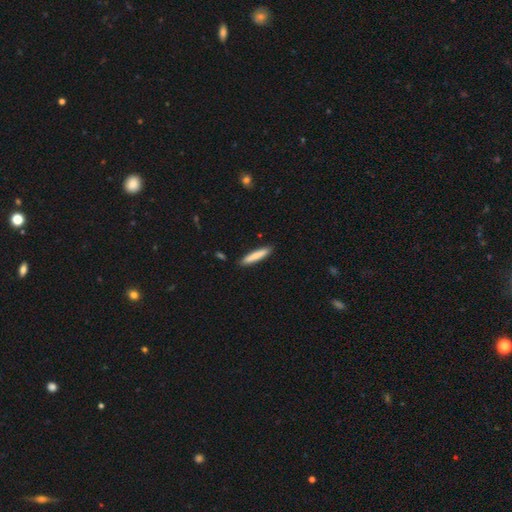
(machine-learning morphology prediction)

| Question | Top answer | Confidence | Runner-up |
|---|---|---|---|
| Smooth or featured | smooth | 83% | featured or disk (12%) |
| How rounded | cigar-shaped | 90% | in between (8%) |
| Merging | none | 89% | minor disturbance (8%) |